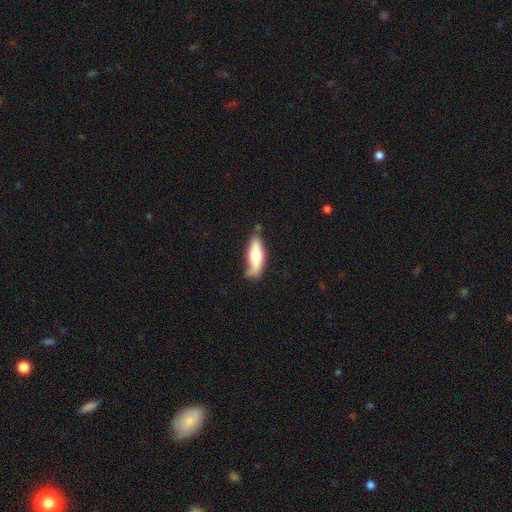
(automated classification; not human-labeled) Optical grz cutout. It shows a smooth galaxy with no disk features (60%) that is in between round and cigar-shaped (55%). Merging: none (57%).